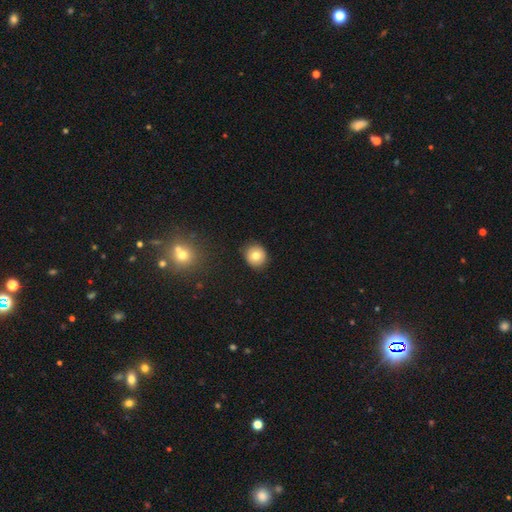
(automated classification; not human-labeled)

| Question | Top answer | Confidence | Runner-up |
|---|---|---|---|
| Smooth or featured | smooth | 77% | featured or disk (13%) |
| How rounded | round | 86% | in between (13%) |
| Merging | none | 89% | minor disturbance (7%) |